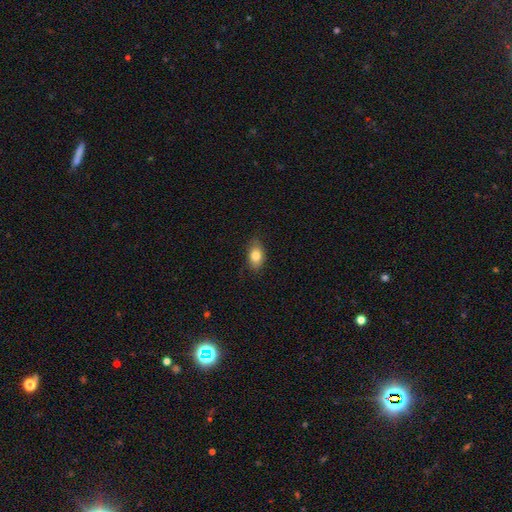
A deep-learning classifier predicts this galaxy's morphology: smooth 81%, featured or disk 11%, star or artifact 8%. Down the decision tree: how rounded — in between (88%); merging — none (82%).